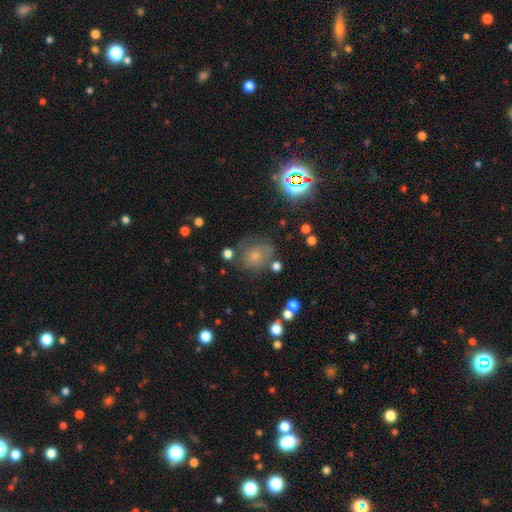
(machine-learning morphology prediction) type=smooth (58%); roundness=round (68%); merging=none (62%).